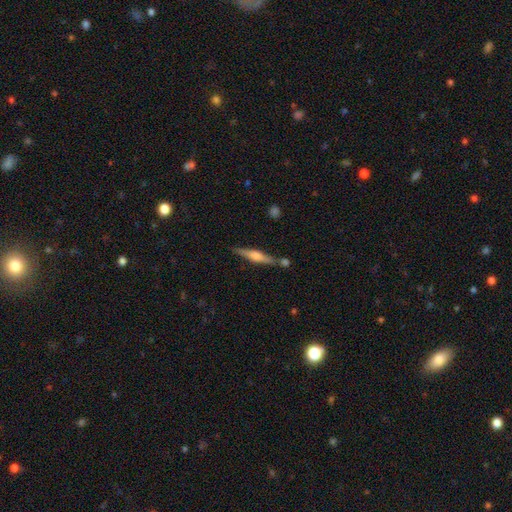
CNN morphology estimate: Smooth or featured?
  - featured or disk: 71% *
  - smooth: 23%
  - star or artifact: 6%
Edge-on disk?
  - yes: 97% *
  - no: 3%
Edge-on bulge?
  - rounded: 76% *
  - boxy: 18%
  - none: 5%
Merging?
  - none: 79% *
  - minor disturbance: 11%
  - merger: 8%
  - major disturbance: 3%